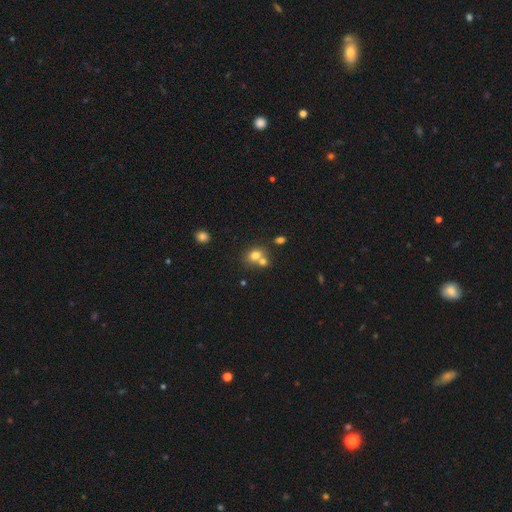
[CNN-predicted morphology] smooth-or-featured: smooth: 74% | star or artifact: 13% | featured or disk: 13%
  how-rounded: round: 61% | in between: 38% | cigar-shaped: 1%
  merging: merger: 49% | none: 40% | minor disturbance: 8% | major disturbance: 3%